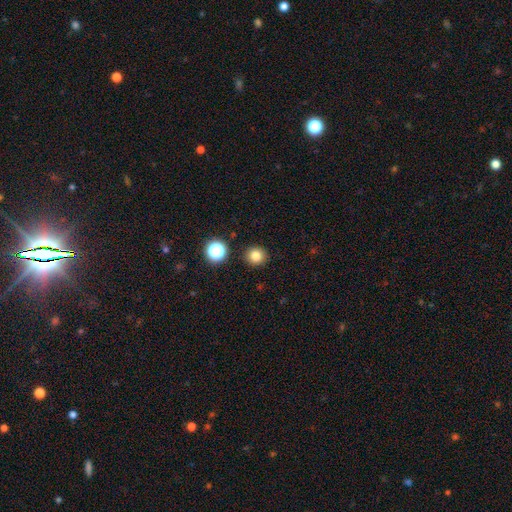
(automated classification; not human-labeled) Q: Smooth or featured?
A: smooth (81%); runner-up: star or artifact (13%)
Q: How rounded?
A: round (91%); runner-up: in between (8%)
Q: Merging?
A: none (91%); runner-up: minor disturbance (5%)